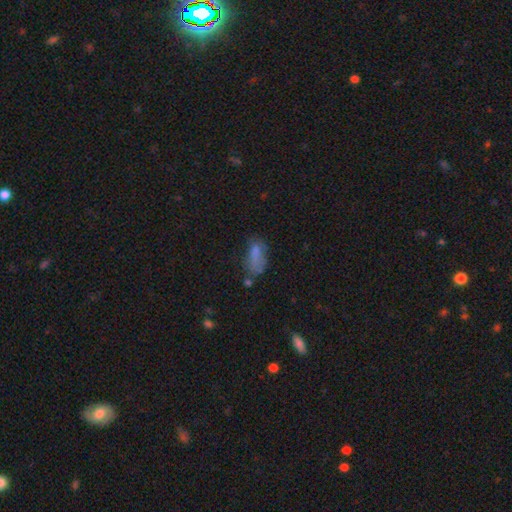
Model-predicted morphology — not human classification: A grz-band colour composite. It shows a smooth galaxy with no disk features (69%) that is in between round and cigar-shaped (83%). Merging: none (41%).